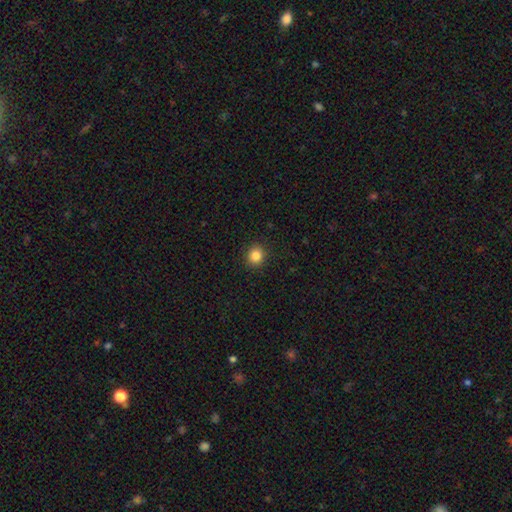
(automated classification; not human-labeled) The model was most divided on "how rounded": round: 86%, in between: 13%, cigar-shaped: 1%. More confident: merging — none (91%); smooth or featured — smooth (85%).